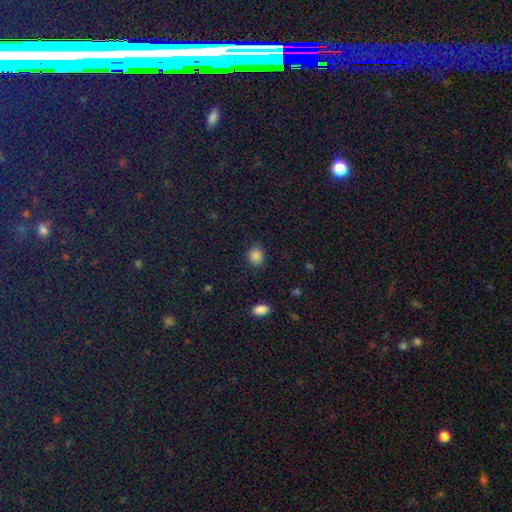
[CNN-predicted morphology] A smooth galaxy with no disk features (85%) that is round (67%). Merging: none (84%).